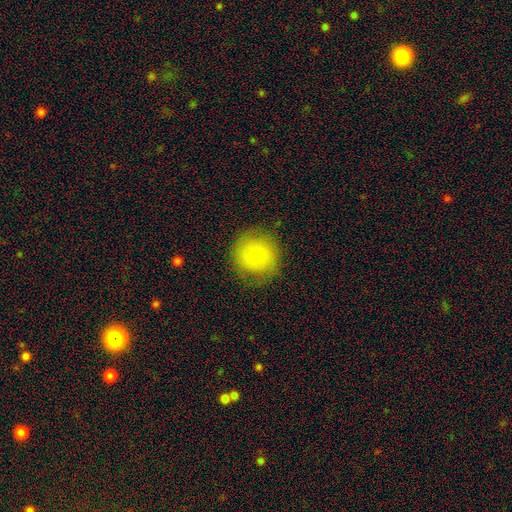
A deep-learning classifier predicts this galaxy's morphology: smooth 75%, featured or disk 17%, star or artifact 9%. Down the decision tree: how rounded — round (93%); merging — none (83%).